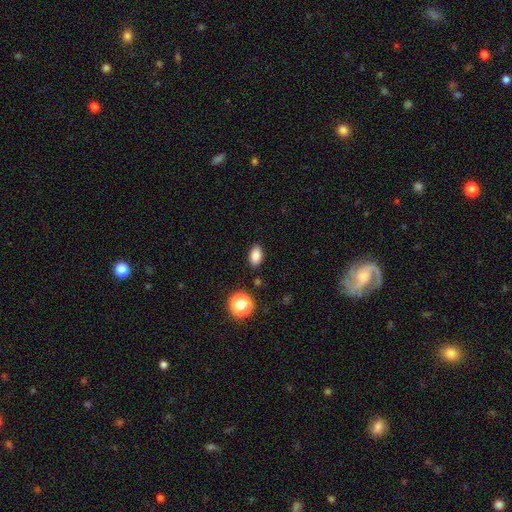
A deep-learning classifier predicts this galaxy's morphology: smooth_or_featured: smooth (p=0.84) [alt: star or artifact p=0.11]
how_rounded: in between (p=0.87) [alt: round p=0.10]
merging: none (p=0.87) [alt: minor disturbance p=0.08]